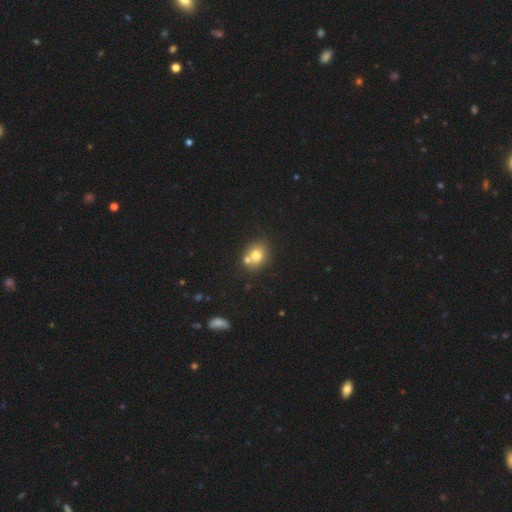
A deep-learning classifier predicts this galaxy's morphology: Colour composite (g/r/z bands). It shows a smooth galaxy with no disk features (74%) that is round (66%). Merging: none (53%).